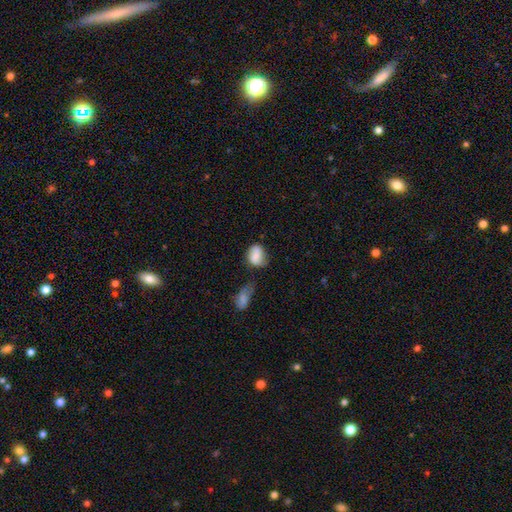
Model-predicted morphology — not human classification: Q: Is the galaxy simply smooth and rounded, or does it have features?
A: smooth — 77%.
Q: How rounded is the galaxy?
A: in between — 66%.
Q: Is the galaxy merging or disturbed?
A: none — 42%.